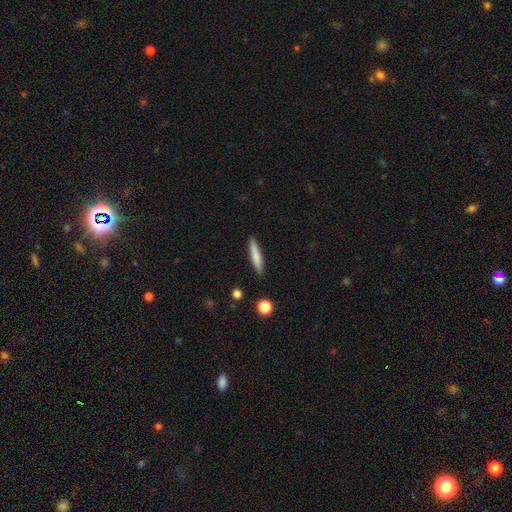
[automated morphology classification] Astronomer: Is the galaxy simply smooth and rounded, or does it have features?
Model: smooth — 77%.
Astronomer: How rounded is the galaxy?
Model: cigar-shaped — 90%.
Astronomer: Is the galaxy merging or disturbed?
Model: none — 89%.